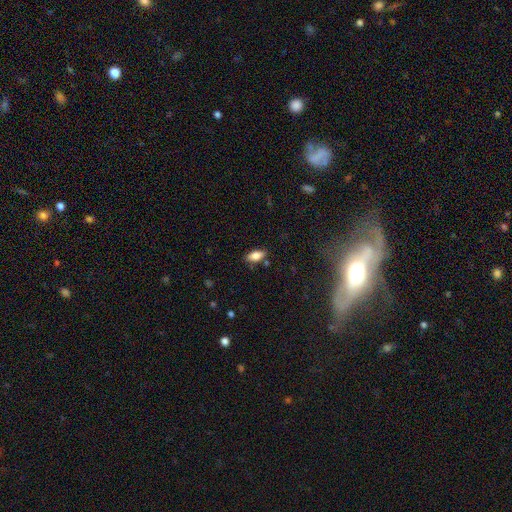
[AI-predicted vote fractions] Q: Smooth or featured?
A: smooth (80%); runner-up: featured or disk (12%)
Q: How rounded?
A: in between (86%); runner-up: cigar-shaped (11%)
Q: Merging?
A: none (82%); runner-up: minor disturbance (13%)